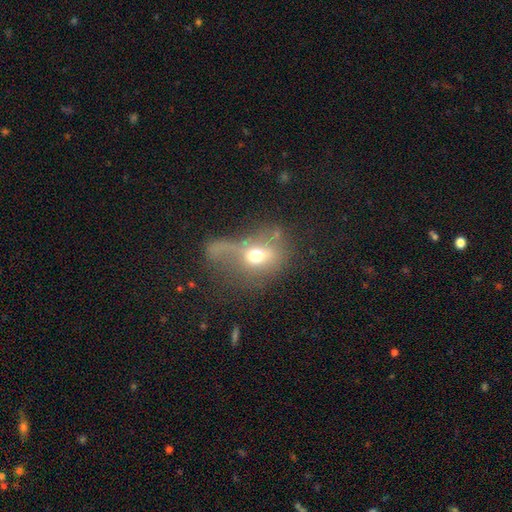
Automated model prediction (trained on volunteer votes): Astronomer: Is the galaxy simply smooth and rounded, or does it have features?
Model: smooth — 55% (runner-up: featured or disk, 32%).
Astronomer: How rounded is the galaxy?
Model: in between — 57% (runner-up: round, 40%).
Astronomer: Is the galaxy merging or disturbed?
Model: major disturbance — 47% (runner-up: none, 25%).